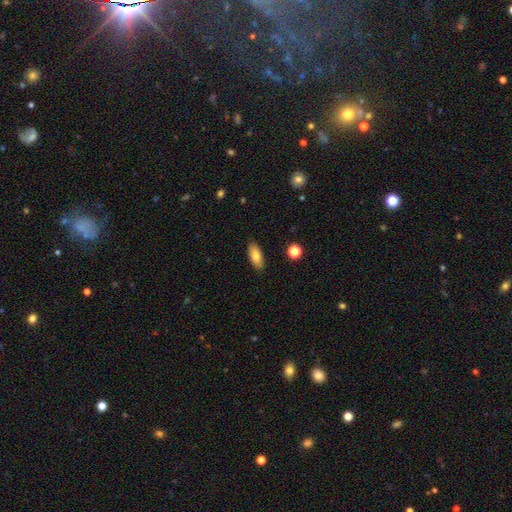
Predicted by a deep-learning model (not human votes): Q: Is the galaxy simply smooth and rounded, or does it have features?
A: smooth — 78%.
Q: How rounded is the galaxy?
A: in between — 77%.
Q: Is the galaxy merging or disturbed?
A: none — 88%.